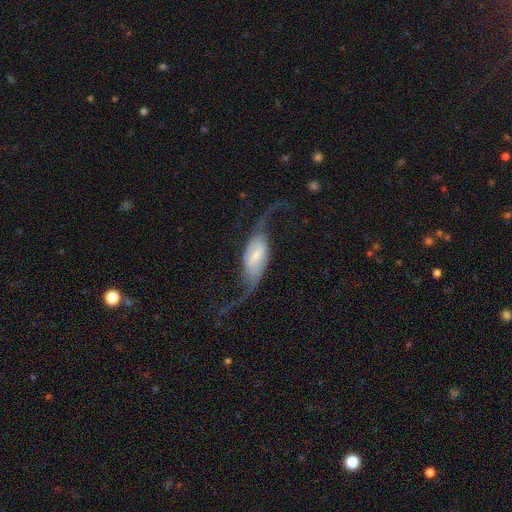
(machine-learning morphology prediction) smooth_or_featured: featured or disk (p=0.81) [alt: smooth p=0.14]
disk_edge_on: no (p=0.90) [alt: yes p=0.10]
bar: strong (p=0.42) [alt: weak p=0.40]
has_spiral_arms: yes (p=0.93) [alt: no p=0.07]
spiral_winding: loose (p=0.91) [alt: medium p=0.07]
spiral_arm_count: 2 (p=0.91) [alt: 1 p=0.04]
bulge_size: small (p=0.50) [alt: moderate p=0.28]
merging: none (p=0.53) [alt: major disturbance p=0.29]